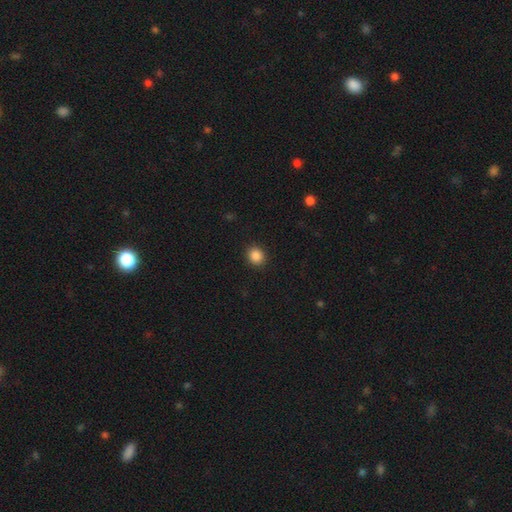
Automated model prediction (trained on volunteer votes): The model was most divided on "how rounded": round: 80%, in between: 19%, cigar-shaped: 1%. More confident: merging — none (91%); smooth or featured — smooth (87%).